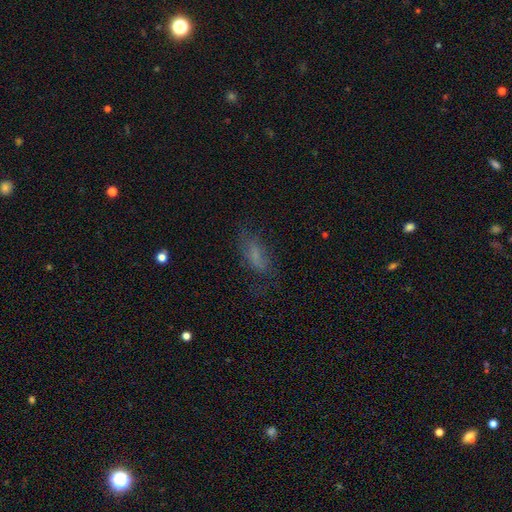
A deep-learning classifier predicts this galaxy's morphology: The model was most divided on "merging": none: 55%, minor disturbance: 24%, major disturbance: 19%, merger: 2%. More confident: how rounded — in between (74%); smooth or featured — smooth (63%).